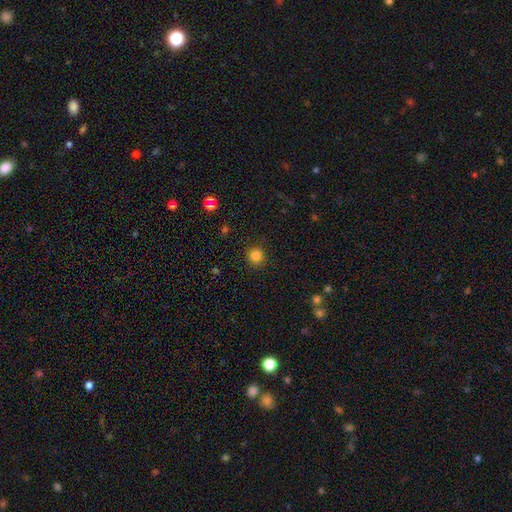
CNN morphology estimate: This appears to be a smooth galaxy with no disk features (83%) that is round (94%). Merging: none (90%).